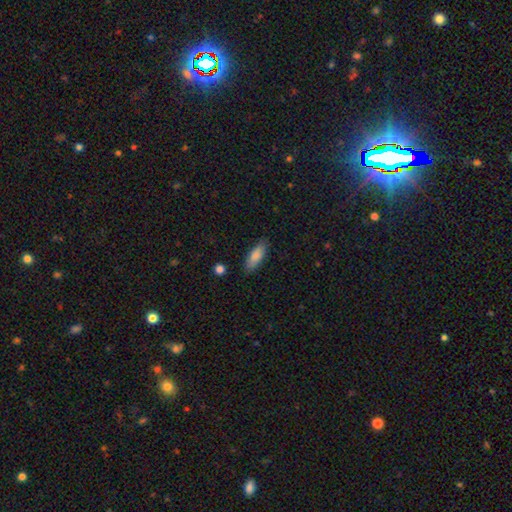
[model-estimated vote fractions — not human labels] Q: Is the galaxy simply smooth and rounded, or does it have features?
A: smooth — 84%.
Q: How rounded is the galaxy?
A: in between — 63%.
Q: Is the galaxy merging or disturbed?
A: none — 84%.